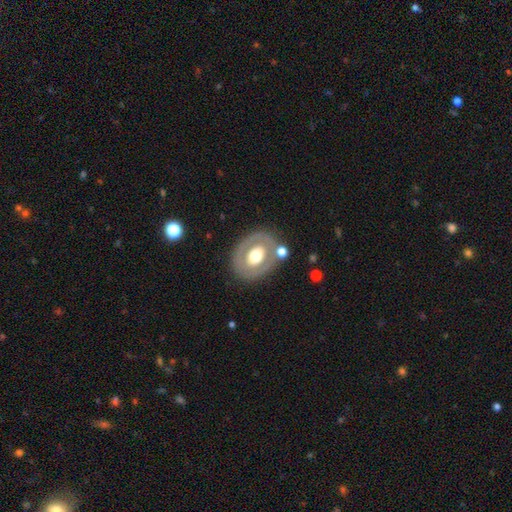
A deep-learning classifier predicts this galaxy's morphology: smooth_or_featured: featured or disk (p=0.55) [alt: smooth p=0.39]
disk_edge_on: no (p=0.93) [alt: yes p=0.07]
bar: no (p=0.80) [alt: weak p=0.13]
has_spiral_arms: no (p=0.88) [alt: yes p=0.12]
bulge_size: moderate (p=0.53) [alt: large p=0.39]
merging: none (p=0.72) [alt: minor disturbance p=0.14]